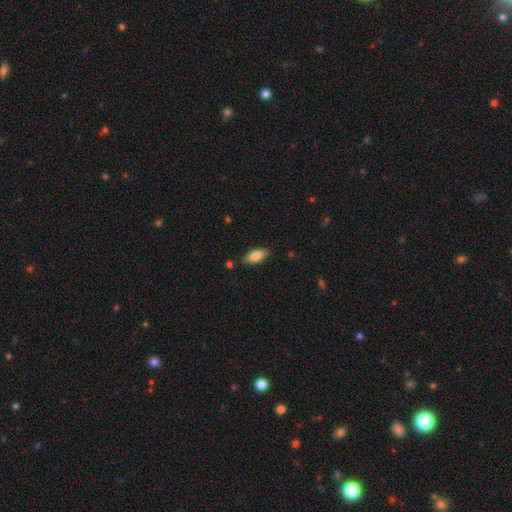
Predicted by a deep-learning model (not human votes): smooth-or-featured: smooth: 82% | featured or disk: 11% | star or artifact: 7%
  how-rounded: in between: 85% | cigar-shaped: 13% | round: 2%
  merging: none: 84% | minor disturbance: 12% | major disturbance: 2% | merger: 2%